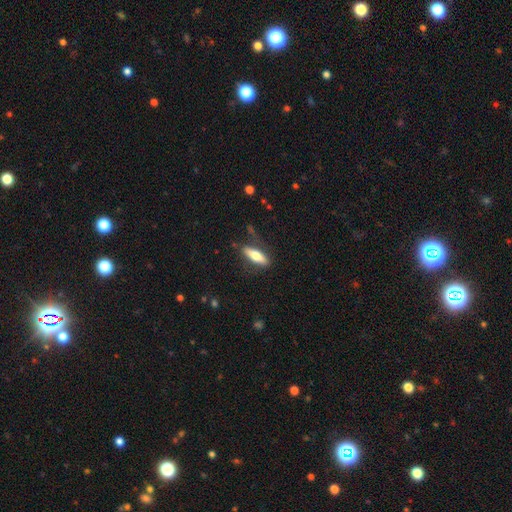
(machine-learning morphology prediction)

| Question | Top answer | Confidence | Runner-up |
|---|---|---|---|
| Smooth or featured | smooth | 64% | featured or disk (31%) |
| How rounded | cigar-shaped | 55% | in between (42%) |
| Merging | none | 78% | minor disturbance (15%) |